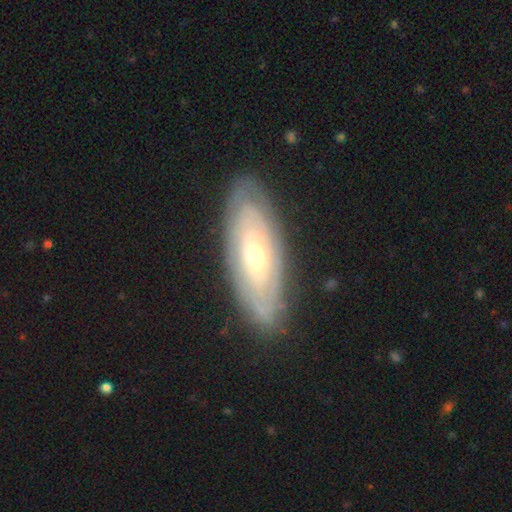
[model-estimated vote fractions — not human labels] Morphology: type=featured or disk (71%); edge-on=no (82%); bar=no (74%); spiral arms=yes (69%); bulge=moderate (48%, tied with small); merging=none (84%).